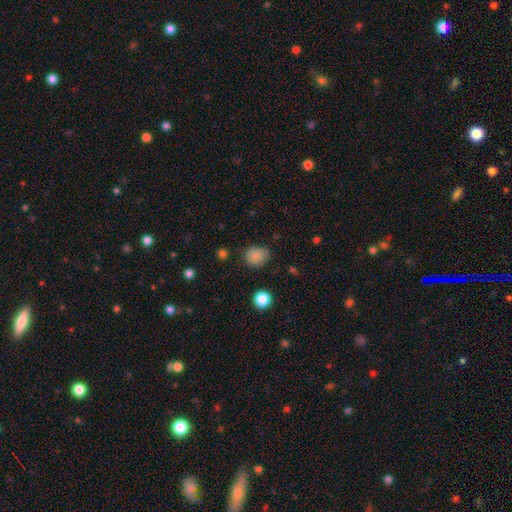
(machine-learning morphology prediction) The model was most divided on "how rounded": round: 65%, in between: 34%, cigar-shaped: 1%. More confident: smooth or featured — smooth (83%); merging — none (72%).